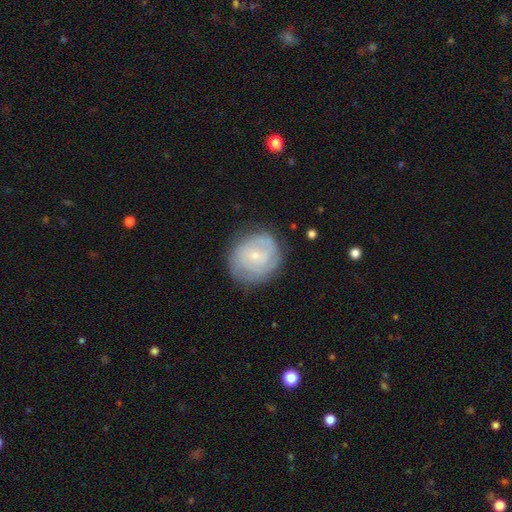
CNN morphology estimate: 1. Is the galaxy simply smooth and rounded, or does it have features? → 64% featured or disk, 29% smooth, 7% star or artifact.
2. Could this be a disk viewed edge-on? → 97% no, 3% yes.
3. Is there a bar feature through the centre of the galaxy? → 72% no, 25% weak, 4% strong.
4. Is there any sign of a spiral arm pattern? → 83% yes, 17% no.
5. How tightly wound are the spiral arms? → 66% tight, 26% medium, 8% loose.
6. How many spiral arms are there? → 49% can't tell, 19% 2, 15% 3, 7% 4, 5% 1, 4% more than 4.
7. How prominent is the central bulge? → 75% small, 20% moderate, 3% none, 1% large, 1% dominant.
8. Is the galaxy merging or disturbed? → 73% none, 18% minor disturbance, 7% major disturbance, 1% merger.